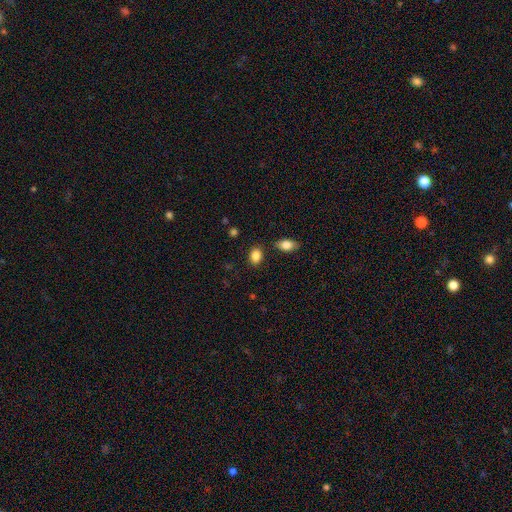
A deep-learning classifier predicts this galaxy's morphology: Smooth or featured: smooth — 86% (star or artifact — 9%)
How rounded: in between — 72% (round — 27%)
Merging: none — 81% (minor disturbance — 11%)